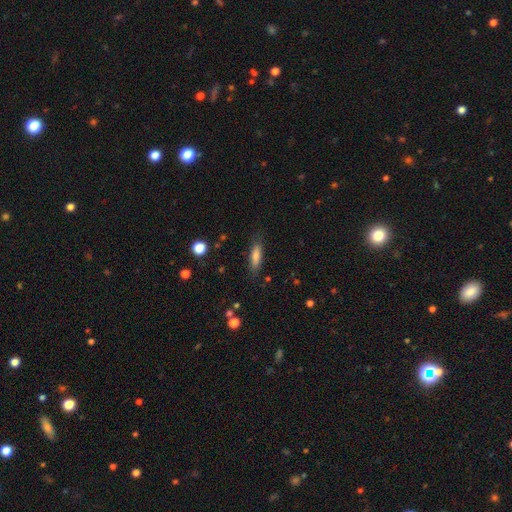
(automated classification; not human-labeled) smooth 76%, featured or disk 17%, star or artifact 8%. Down the decision tree: how rounded — cigar-shaped (58%); merging — none (81%).